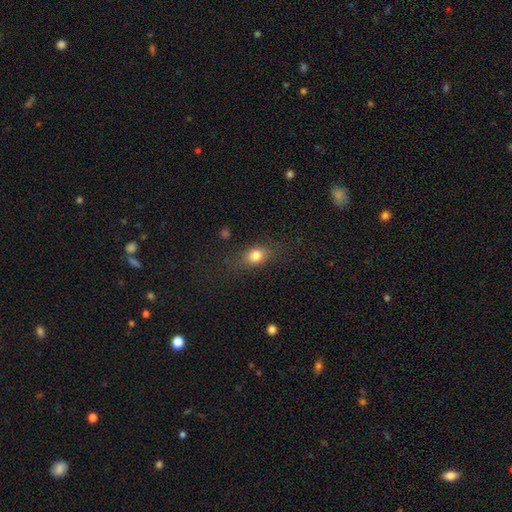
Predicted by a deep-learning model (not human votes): This appears to be a smooth galaxy with no disk features (78%) that is in between round and cigar-shaped (56%). Merging: none (76%).